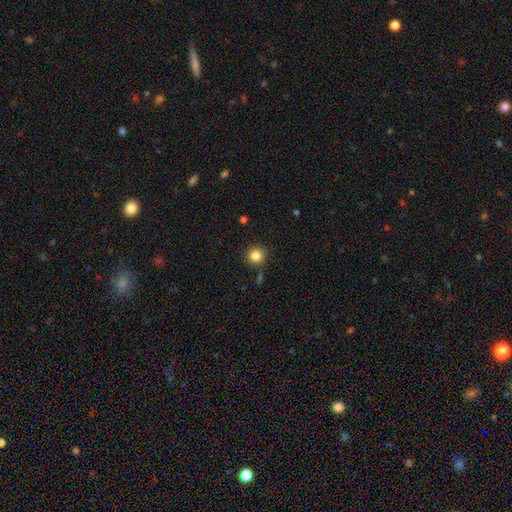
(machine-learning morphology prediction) Smooth or featured?
  - smooth: 84% *
  - star or artifact: 11%
  - featured or disk: 5%
How rounded?
  - round: 93% *
  - in between: 6%
  - cigar-shaped: 1%
Merging?
  - none: 88% *
  - minor disturbance: 7%
  - merger: 3%
  - major disturbance: 2%